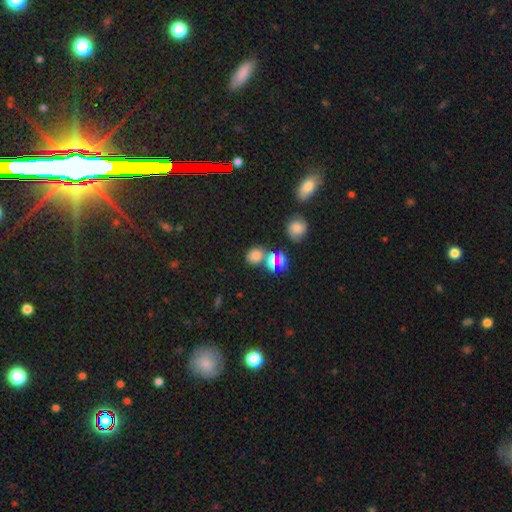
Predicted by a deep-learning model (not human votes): smooth 66%, star or artifact 26%, featured or disk 8%. Down the decision tree: how rounded — round (58%); merging — none (61%).